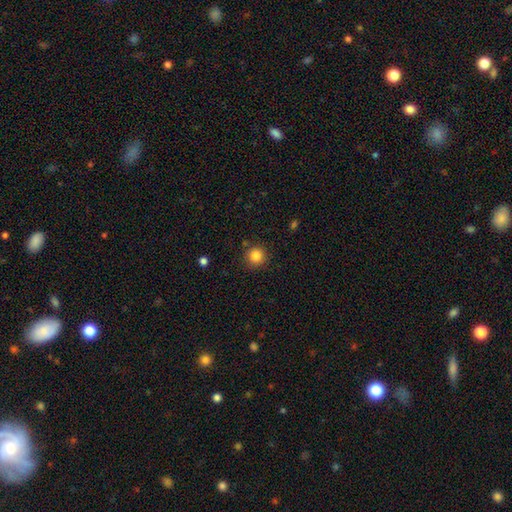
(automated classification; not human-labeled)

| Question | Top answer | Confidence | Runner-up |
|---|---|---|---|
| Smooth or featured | smooth | 85% | star or artifact (11%) |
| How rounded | round | 94% | in between (5%) |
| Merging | none | 88% | minor disturbance (7%) |